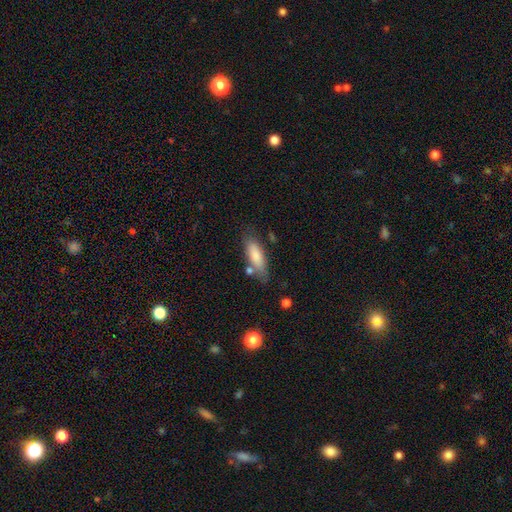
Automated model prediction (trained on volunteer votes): Smooth or featured?
  - smooth: 78% *
  - featured or disk: 16%
  - star or artifact: 6%
How rounded?
  - in between: 60% *
  - cigar-shaped: 38%
  - round: 2%
Merging?
  - none: 67% *
  - minor disturbance: 19%
  - merger: 9%
  - major disturbance: 5%